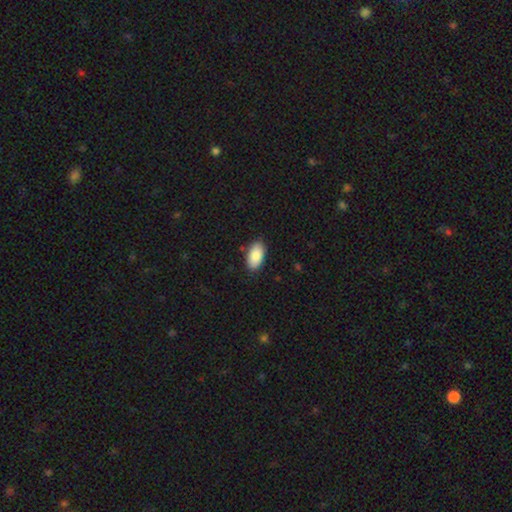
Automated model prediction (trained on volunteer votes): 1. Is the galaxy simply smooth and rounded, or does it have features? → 87% smooth, 7% featured or disk, 6% star or artifact.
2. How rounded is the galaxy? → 95% in between, 3% round, 2% cigar-shaped.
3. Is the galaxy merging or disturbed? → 87% none, 10% minor disturbance, 2% major disturbance, 1% merger.